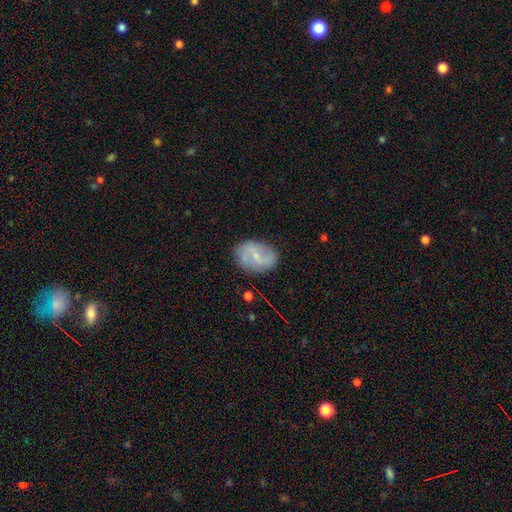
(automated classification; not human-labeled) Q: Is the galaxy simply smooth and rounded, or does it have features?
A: featured or disk — 66%.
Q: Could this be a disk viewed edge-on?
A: no — 96%.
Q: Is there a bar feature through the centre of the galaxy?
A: weak — 50%.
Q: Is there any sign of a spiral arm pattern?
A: yes — 82%.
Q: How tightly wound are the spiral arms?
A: loose — 46%.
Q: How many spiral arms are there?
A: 2 — 84%.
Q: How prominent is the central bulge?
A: small — 71%.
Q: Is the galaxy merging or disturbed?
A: none — 78%.